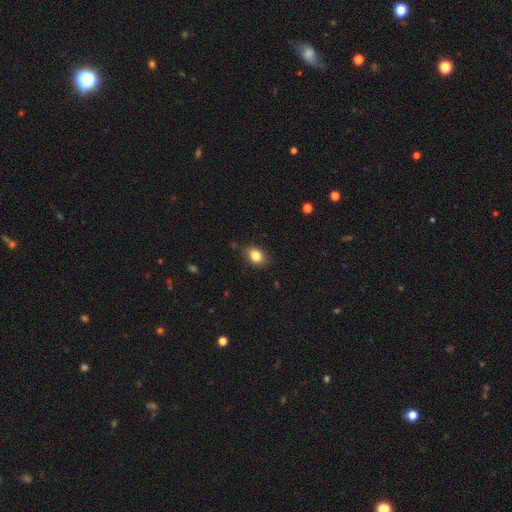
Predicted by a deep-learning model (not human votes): Smooth or featured: smooth — 83% (star or artifact — 9%)
How rounded: in between — 68% (round — 31%)
Merging: none — 81% (minor disturbance — 15%)